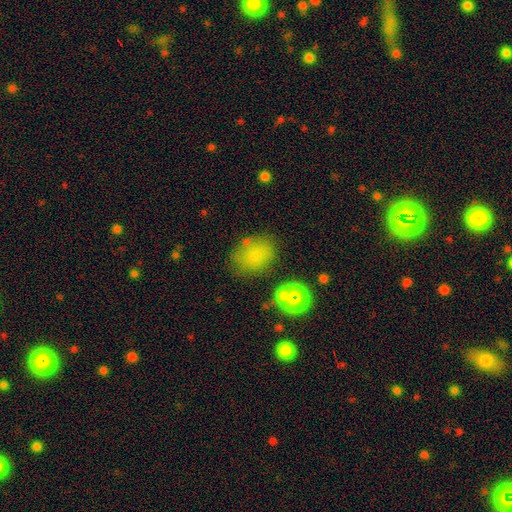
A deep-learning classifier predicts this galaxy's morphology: Smooth or featured: smooth — 75% (star or artifact — 16%)
How rounded: in between — 62% (round — 37%)
Merging: none — 70% (minor disturbance — 18%)